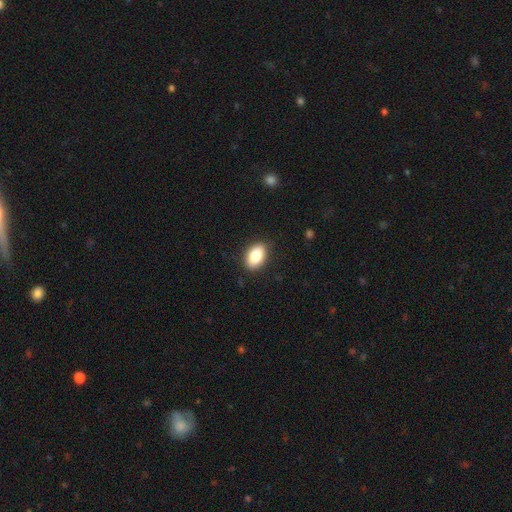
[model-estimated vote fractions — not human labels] Q: Smooth or featured?
A: smooth (85%); runner-up: featured or disk (8%)
Q: How rounded?
A: in between (89%); runner-up: round (9%)
Q: Merging?
A: none (86%); runner-up: minor disturbance (10%)